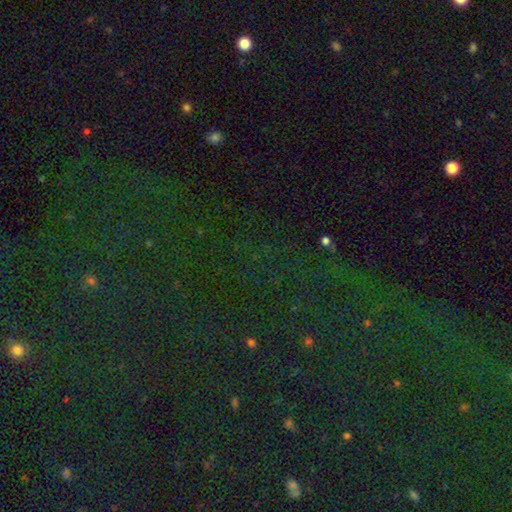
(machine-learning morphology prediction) type=star or artifact (82%).